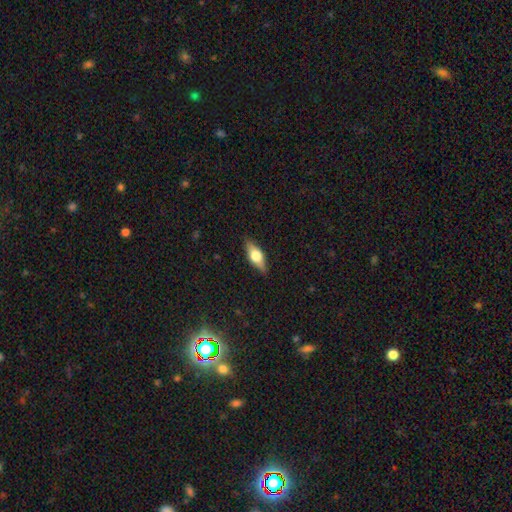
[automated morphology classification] Q: Smooth or featured?
A: smooth (48%); runner-up: featured or disk (46%)
Q: Merging?
A: none (88%); runner-up: minor disturbance (9%)